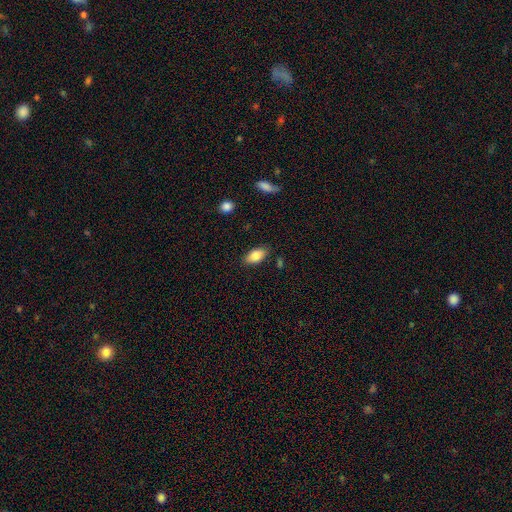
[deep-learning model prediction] Q: Smooth or featured?
A: smooth (83%); runner-up: featured or disk (10%)
Q: How rounded?
A: in between (92%); runner-up: round (4%)
Q: Merging?
A: none (84%); runner-up: minor disturbance (11%)